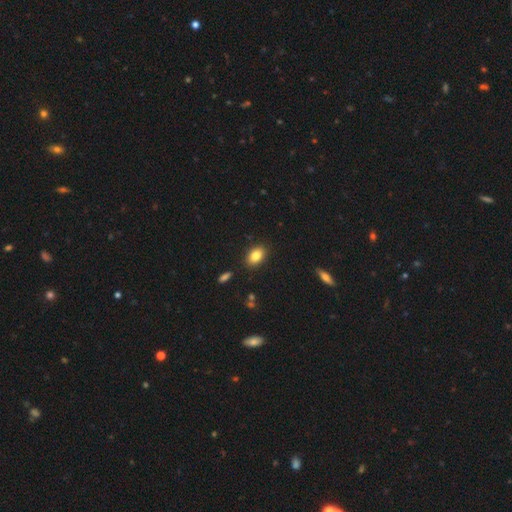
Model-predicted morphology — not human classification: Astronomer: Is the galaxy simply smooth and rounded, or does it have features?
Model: smooth — 84%.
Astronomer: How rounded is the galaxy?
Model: in between — 84%.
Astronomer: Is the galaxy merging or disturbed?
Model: none — 87%.